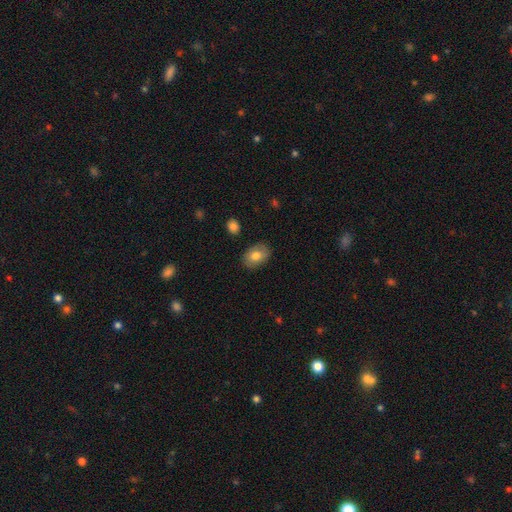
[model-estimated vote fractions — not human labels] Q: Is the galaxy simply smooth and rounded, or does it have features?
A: smooth — 77%.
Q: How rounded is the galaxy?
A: in between — 81%.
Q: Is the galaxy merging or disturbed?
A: none — 86%.